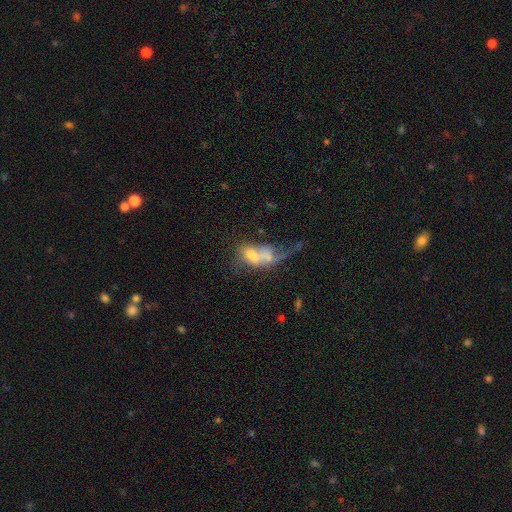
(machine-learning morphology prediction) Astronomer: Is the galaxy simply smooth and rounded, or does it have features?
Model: featured or disk — 45% (runner-up: smooth, 43%).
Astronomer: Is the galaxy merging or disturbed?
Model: merger — 54%.